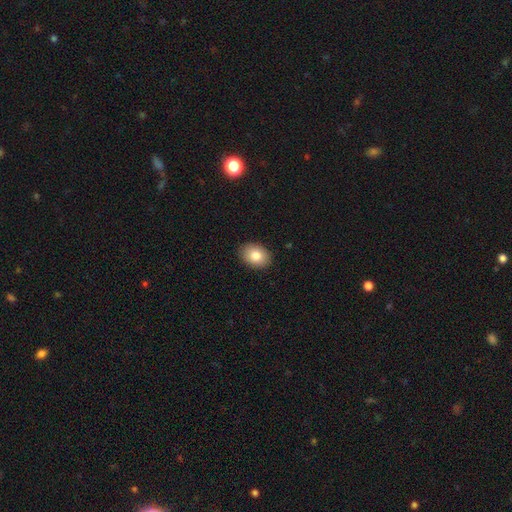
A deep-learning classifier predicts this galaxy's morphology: Q: Smooth or featured?
A: smooth (82%); runner-up: featured or disk (11%)
Q: How rounded?
A: in between (75%); runner-up: round (25%)
Q: Merging?
A: none (90%); runner-up: minor disturbance (8%)